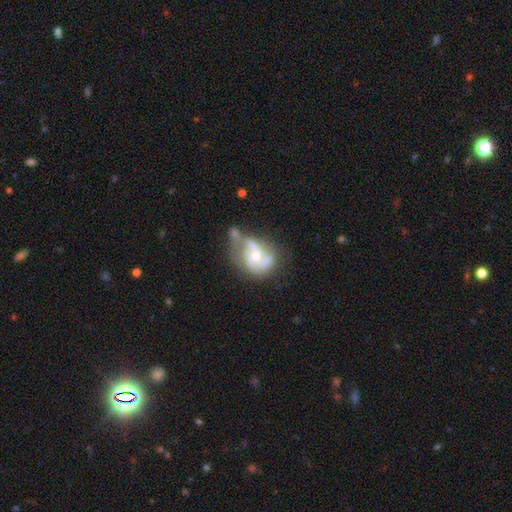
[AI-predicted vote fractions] A featured or disk galaxy (69%) with no bar (72%), spiral arms (69%) and a moderate central bulge (52%). Merging: major disturbance (30%).